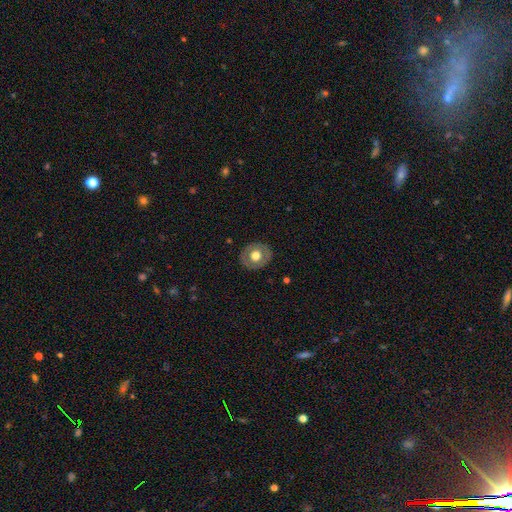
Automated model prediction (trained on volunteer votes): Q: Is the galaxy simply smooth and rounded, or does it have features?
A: smooth — 53%.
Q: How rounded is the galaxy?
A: round — 75%.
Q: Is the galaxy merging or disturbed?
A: none — 85%.